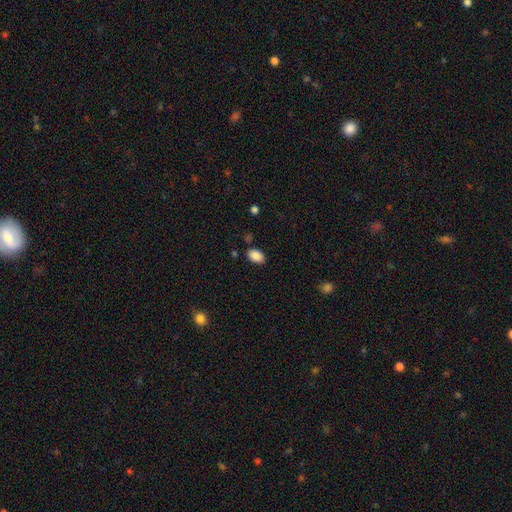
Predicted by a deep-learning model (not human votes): This appears to be a smooth galaxy with no disk features (88%) that is in between round and cigar-shaped (90%). Merging: none (84%).